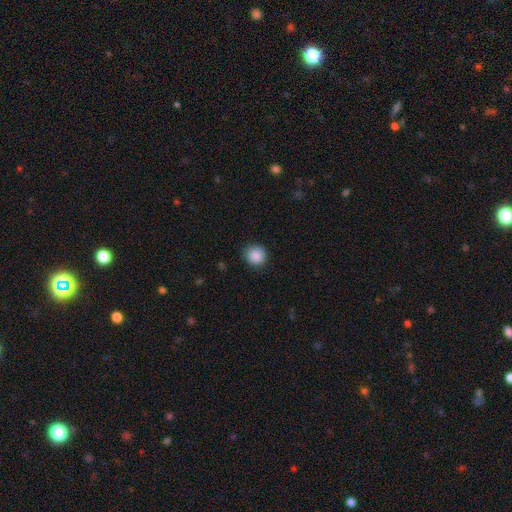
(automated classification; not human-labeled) Overall: smooth (88%). How rounded: round (91%). Merging: none (86%).